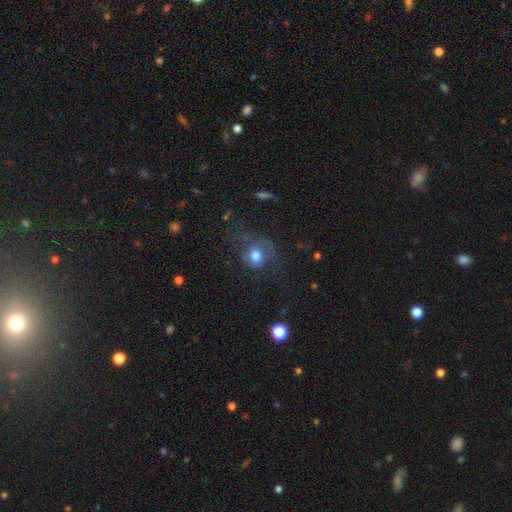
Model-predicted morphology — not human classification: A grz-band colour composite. It shows a smooth galaxy with no disk features (63%) that is round (72%). Merging: none (48%).